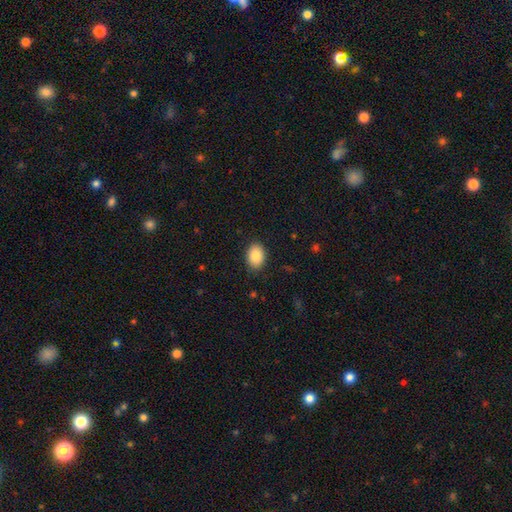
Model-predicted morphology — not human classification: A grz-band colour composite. It shows a smooth galaxy with no disk features (86%) that is in between round and cigar-shaped (79%). Merging: none (87%).